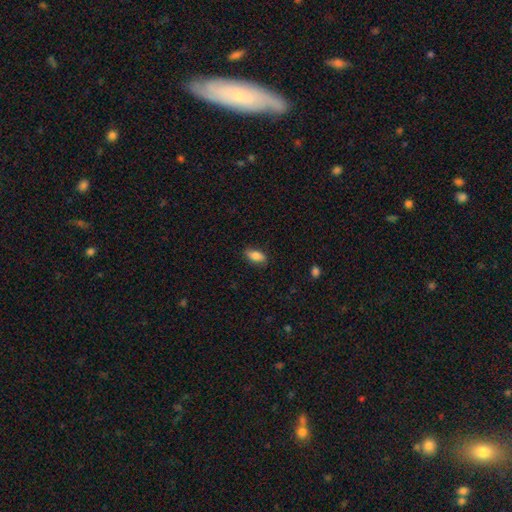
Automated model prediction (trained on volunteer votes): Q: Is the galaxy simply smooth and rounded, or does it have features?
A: smooth — 83%.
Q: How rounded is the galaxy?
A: in between — 86%.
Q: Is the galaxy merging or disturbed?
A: none — 82%.